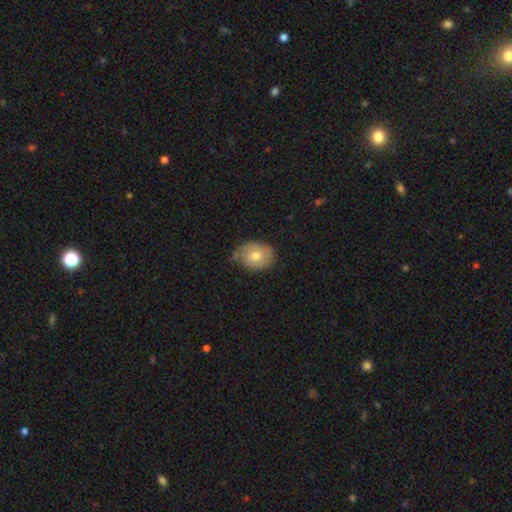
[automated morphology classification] Q: Smooth or featured?
A: smooth (65%); runner-up: featured or disk (27%)
Q: How rounded?
A: round (50%); runner-up: in between (49%)
Q: Merging?
A: none (53%); runner-up: minor disturbance (36%)